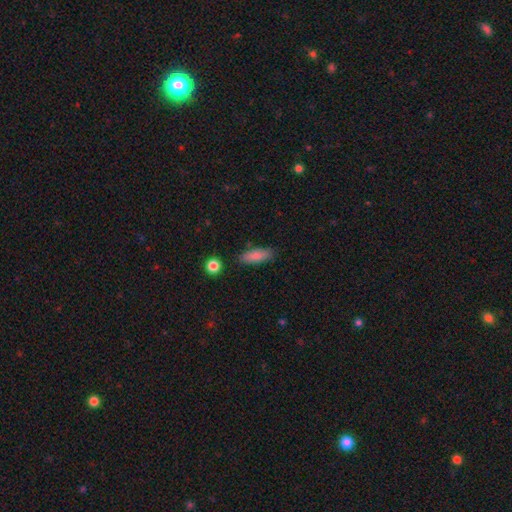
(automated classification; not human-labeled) This is clearly a smooth galaxy (84%). How rounded: likely in between (64%). Merging: clearly none (83%).